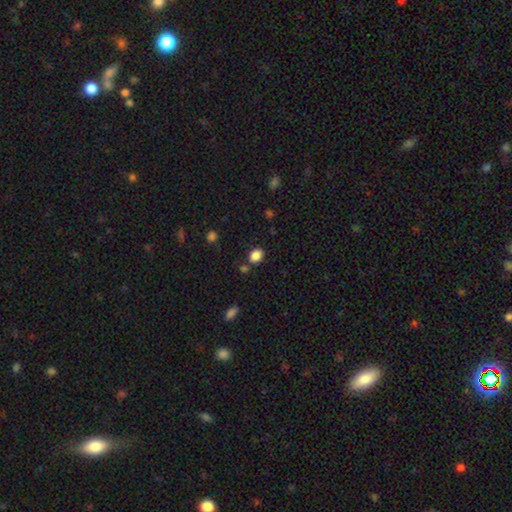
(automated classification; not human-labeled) The model was most divided on "how rounded": in between: 54%, round: 45%, cigar-shaped: 1%. More confident: smooth or featured — smooth (85%); merging — none (78%).